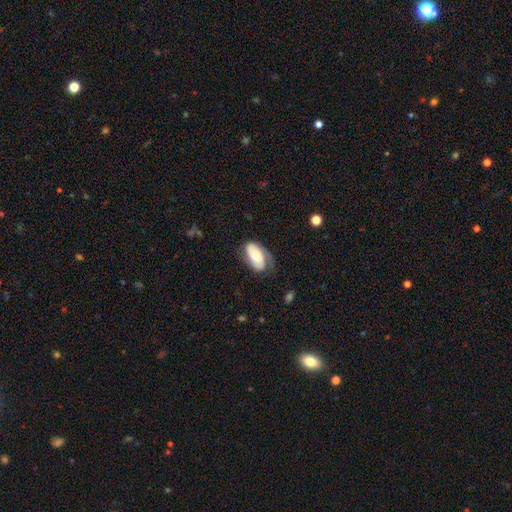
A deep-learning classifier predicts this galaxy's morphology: A smooth galaxy with no disk features (49%).

Vote fractions:
- Smooth or featured? smooth: 49% / featured or disk: 44% / star or artifact: 6%
- Merging? none: 51% / minor disturbance: 30% / major disturbance: 18% / merger: 2%